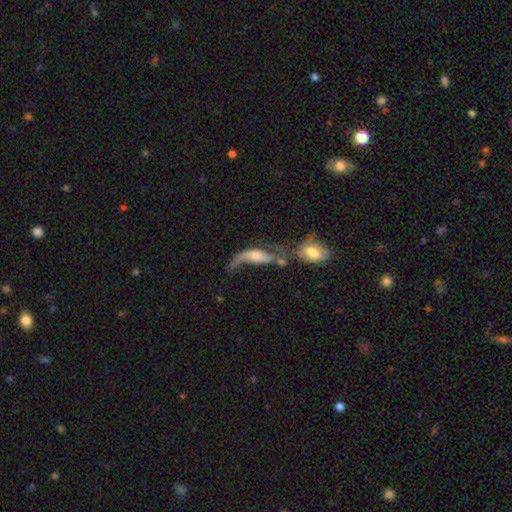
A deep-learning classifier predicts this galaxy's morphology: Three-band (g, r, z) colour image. It shows a featured or disk galaxy (71%) with no bar (53%), 2 (65%) loose (89%) spiral arms (84%) and a moderate central bulge (46%). Merging: merger (46%).